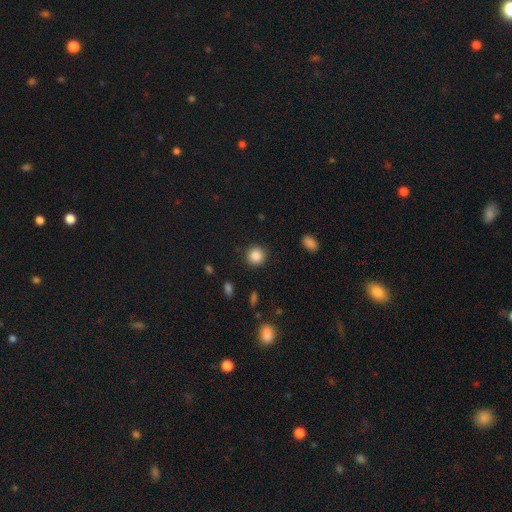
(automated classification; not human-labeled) Smooth or featured? Predicted: smooth (p=0.87). How rounded? Predicted: round (p=0.93). Merging? Predicted: none (p=0.91).